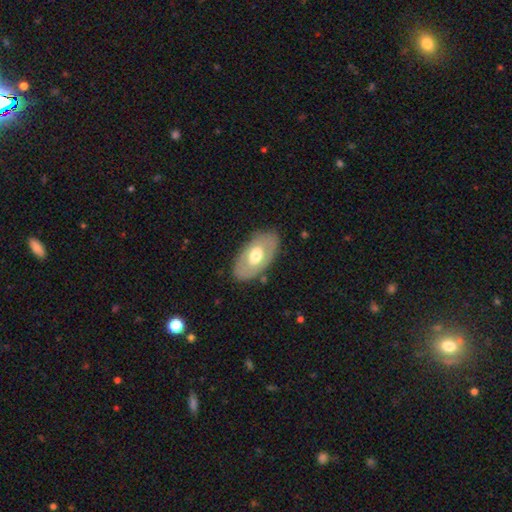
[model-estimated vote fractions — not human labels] This is possibly a smooth galaxy (48%). Merging: clearly none (81%).